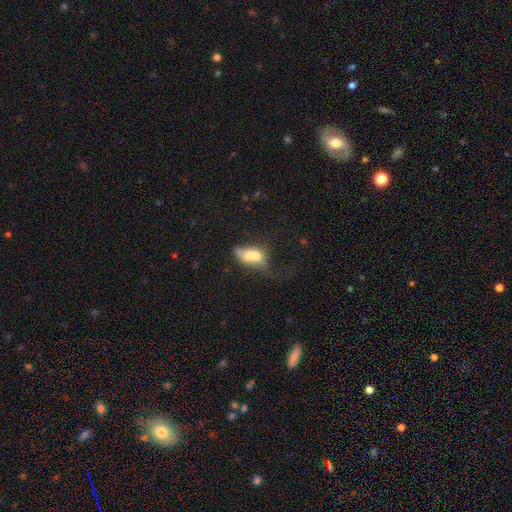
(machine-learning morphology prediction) This appears to be a smooth galaxy with no disk features (58%) that is in between round and cigar-shaped (71%). Merging: merger (63%).